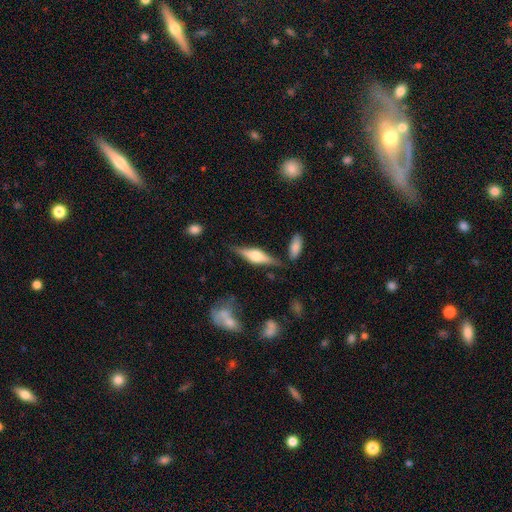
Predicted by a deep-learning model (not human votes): The model was most divided on "smooth or featured": featured or disk: 66%, smooth: 27%, star or artifact: 6%. More confident: edge-on disk — yes (96%); edge-on bulge — rounded (86%); merging — none (78%).